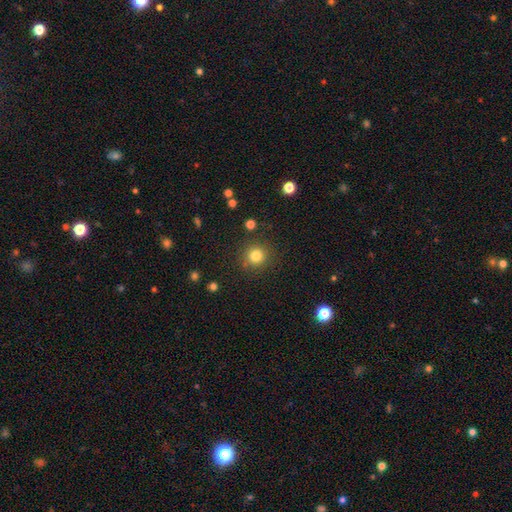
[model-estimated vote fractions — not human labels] smooth-or-featured: smooth: 82% | star or artifact: 12% | featured or disk: 6%
  how-rounded: round: 93% | in between: 6% | cigar-shaped: 1%
  merging: none: 87% | minor disturbance: 7% | major disturbance: 3% | merger: 2%